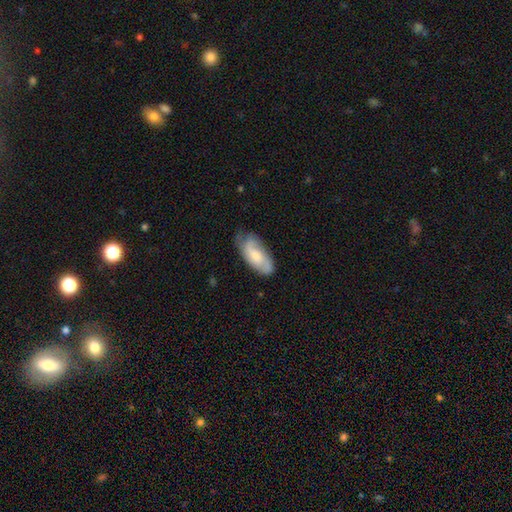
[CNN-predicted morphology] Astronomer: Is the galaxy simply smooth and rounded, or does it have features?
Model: featured or disk — 48% (runner-up: smooth, 46%).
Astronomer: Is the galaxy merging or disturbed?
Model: none — 63%.